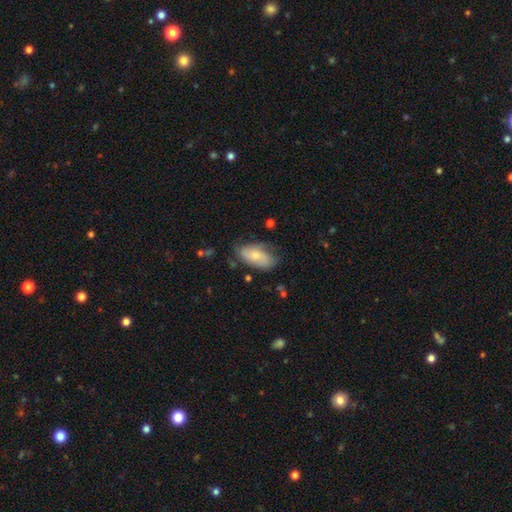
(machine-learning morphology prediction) The model was most divided on "smooth or featured": smooth: 58%, featured or disk: 35%, star or artifact: 7%. More confident: how rounded — in between (91%); merging — none (58%).